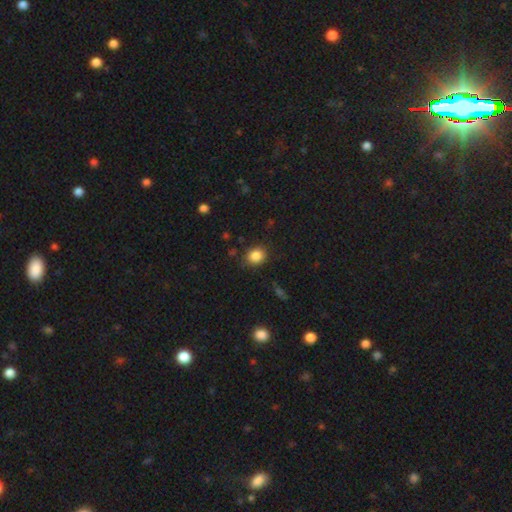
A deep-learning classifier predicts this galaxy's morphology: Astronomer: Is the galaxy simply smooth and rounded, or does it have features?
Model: smooth — 85%.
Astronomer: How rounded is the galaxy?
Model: round — 69%.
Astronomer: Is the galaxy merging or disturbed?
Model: none — 84%.